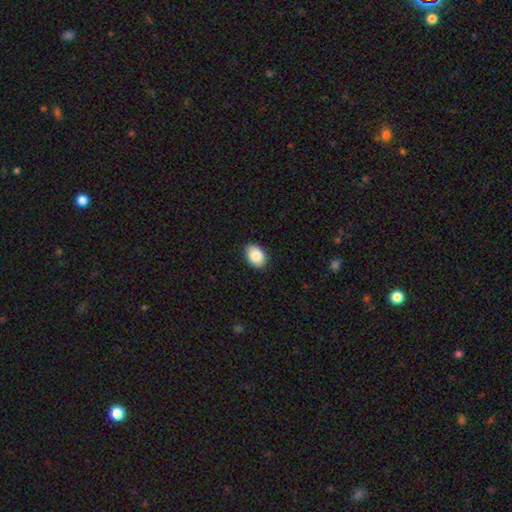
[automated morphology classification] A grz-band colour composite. It shows a smooth galaxy with no disk features (87%) that is in between round and cigar-shaped (82%). Merging: none (88%).